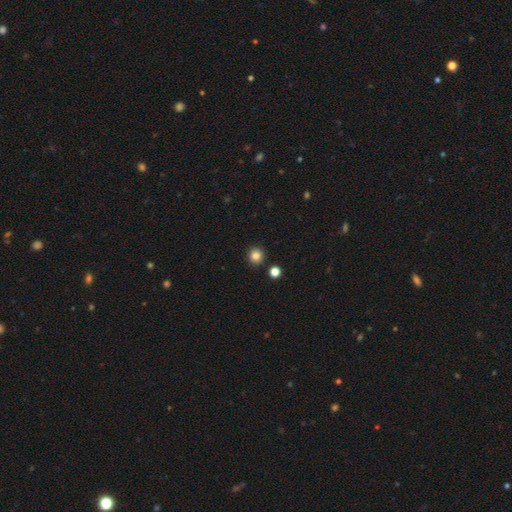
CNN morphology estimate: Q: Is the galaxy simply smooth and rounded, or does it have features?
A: smooth — 83%.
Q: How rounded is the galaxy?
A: round — 93%.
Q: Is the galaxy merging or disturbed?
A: none — 90%.